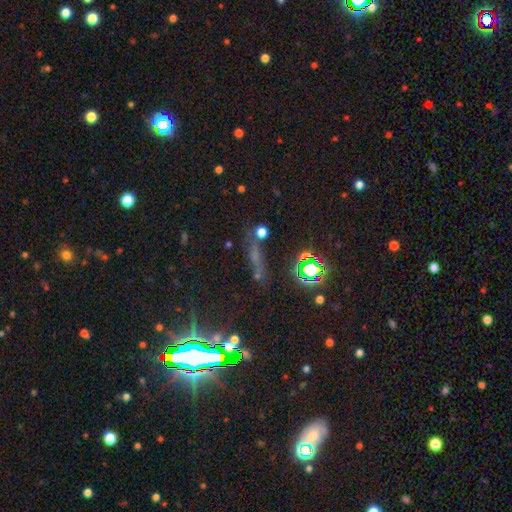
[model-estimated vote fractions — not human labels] This appears to be a star or artifact, not a galaxy (53%).